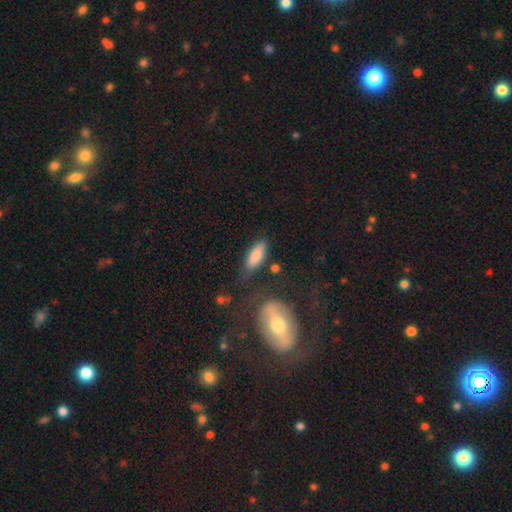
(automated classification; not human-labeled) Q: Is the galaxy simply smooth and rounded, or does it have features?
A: smooth — 80%.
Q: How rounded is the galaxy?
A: in between — 64%.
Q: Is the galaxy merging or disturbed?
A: none — 70%.